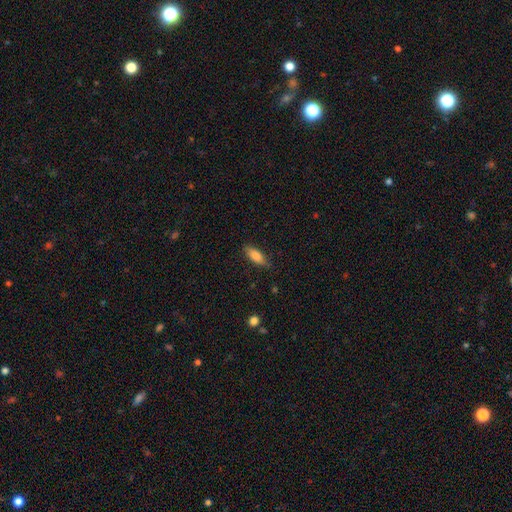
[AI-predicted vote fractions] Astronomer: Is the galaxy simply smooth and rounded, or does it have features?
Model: smooth — 81%.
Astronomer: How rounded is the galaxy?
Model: in between — 69%.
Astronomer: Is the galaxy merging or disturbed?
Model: none — 81%.